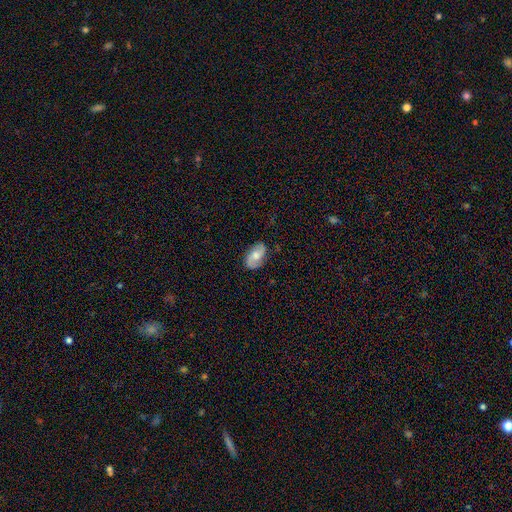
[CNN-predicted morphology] A featured or disk galaxy (63%) with no bar (59%), 2 (88%) medium (41%) spiral arms (91%) and a moderate central bulge (63%).

Vote fractions:
- Smooth or featured? featured or disk: 63% / smooth: 30% / star or artifact: 7%
- Edge-on disk? no: 96% / yes: 4%
- Bar? no: 59% / weak: 34% / strong: 7%
- Spiral arms? yes: 91% / no: 9%
- Spiral winding? medium: 41% / loose: 39% / tight: 19%
- Spiral arm count? 2: 88% / can't tell: 6% / 1: 3% / 3: 1% / 4: 1% / more than 4: 1%
- Bulge size? moderate: 63% / small: 20% / large: 12% / none: 4% / dominant: 1%
- Merging? none: 78% / minor disturbance: 16% / major disturbance: 4% / merger: 1%